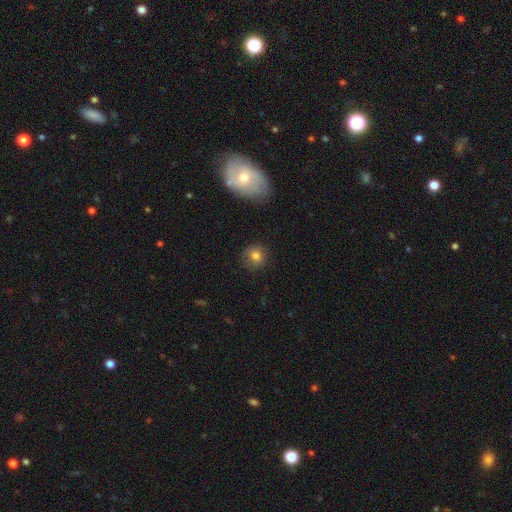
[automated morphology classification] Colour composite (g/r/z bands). It shows a smooth galaxy with no disk features (80%) that is round (87%). Merging: none (82%).